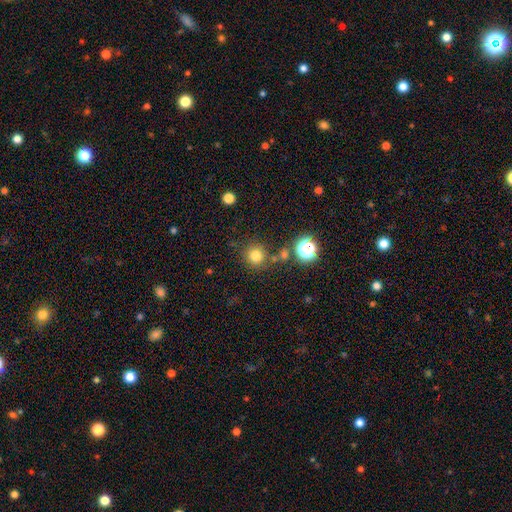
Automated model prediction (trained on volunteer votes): A smooth galaxy with no disk features (77%) that is round (93%).

Vote fractions:
- Smooth or featured? smooth: 77% / star or artifact: 17% / featured or disk: 6%
- How rounded? round: 93% / in between: 6% / cigar-shaped: 1%
- Merging? none: 78% / minor disturbance: 9% / merger: 9% / major disturbance: 4%